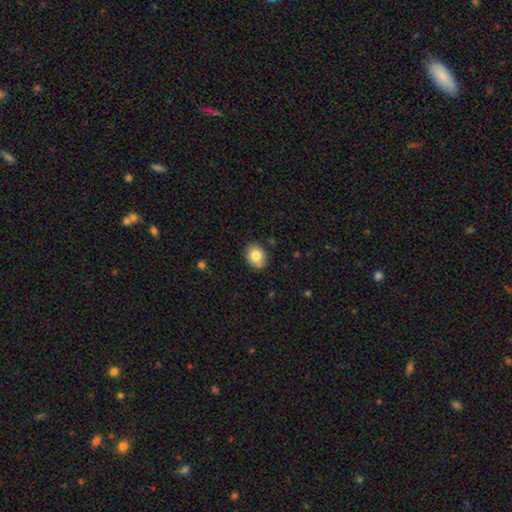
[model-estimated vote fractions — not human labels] Smooth or featured? smooth (82%)
How rounded? in between (52%)
Merging? none (84%)